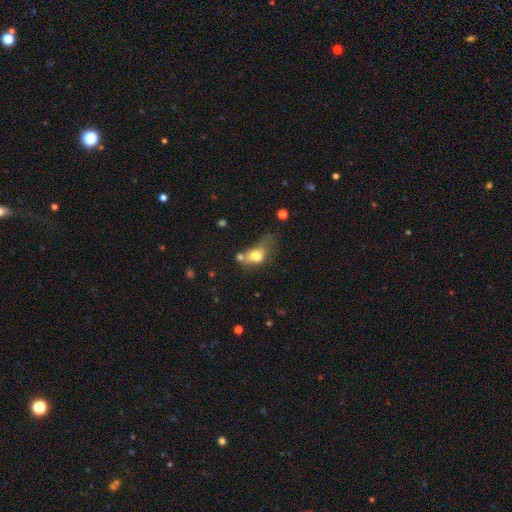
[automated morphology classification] Overall: smooth (68%). How rounded: in between (69%). Merging: major disturbance (33%; merger 30%).